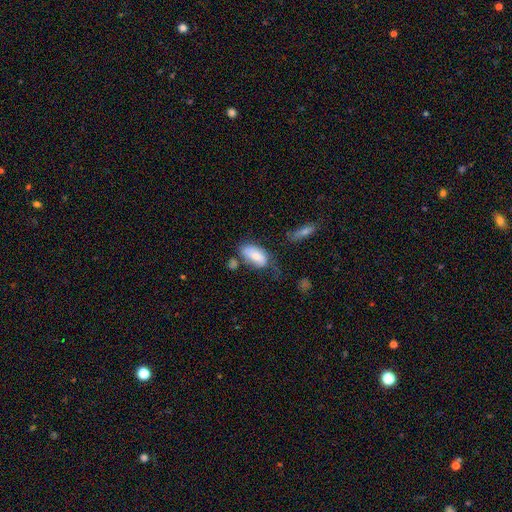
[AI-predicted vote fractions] Q: Smooth or featured?
A: smooth (79%); runner-up: featured or disk (15%)
Q: How rounded?
A: in between (93%); runner-up: cigar-shaped (4%)
Q: Merging?
A: none (39%); runner-up: minor disturbance (30%)